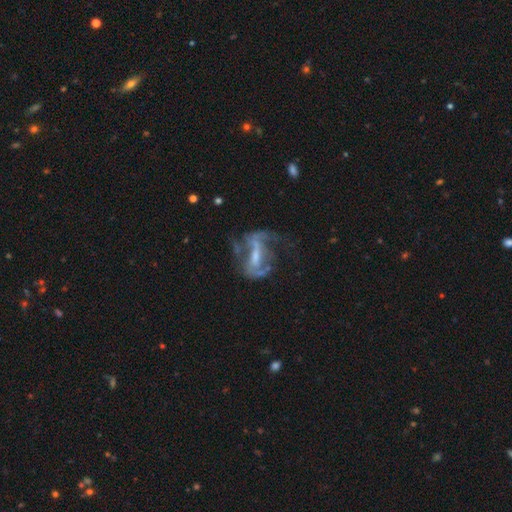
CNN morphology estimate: Overall: featured or disk (80%). Edge-on disk: no (94%). Bar: weak (41%; strong 40%). Spiral arms: yes (82%). Spiral arm count: 2 (71%). Spiral winding: loose (46%; medium 40%). Bulge size: small (40%; moderate 36%). Merging: none (41%; major disturbance 35%).